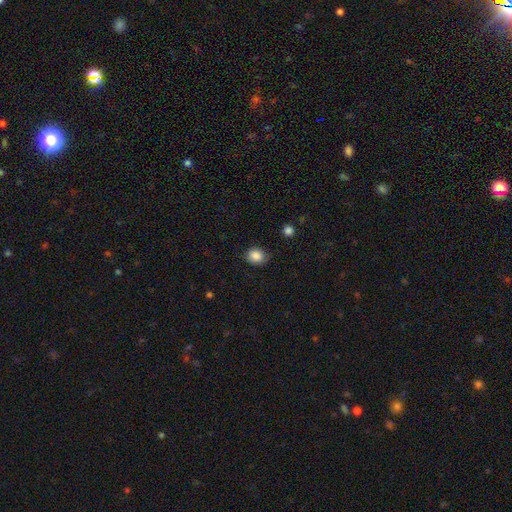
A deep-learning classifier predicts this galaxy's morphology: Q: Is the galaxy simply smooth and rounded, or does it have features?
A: smooth — 86%.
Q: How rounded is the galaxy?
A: round — 61%.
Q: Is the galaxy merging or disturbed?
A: none — 80%.